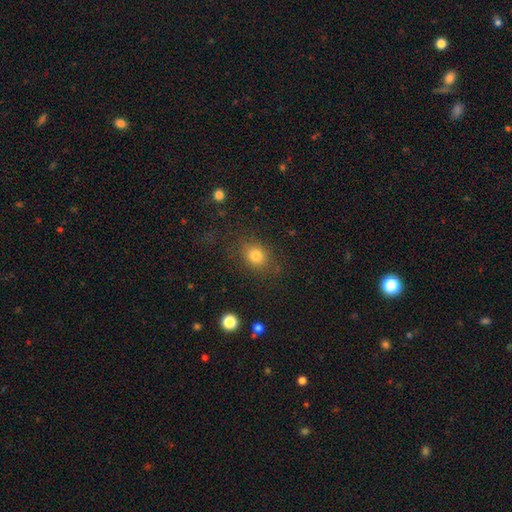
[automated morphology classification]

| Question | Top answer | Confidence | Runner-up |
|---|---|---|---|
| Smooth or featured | smooth | 80% | star or artifact (12%) |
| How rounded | round | 50% | in between (49%) |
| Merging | none | 79% | minor disturbance (13%) |